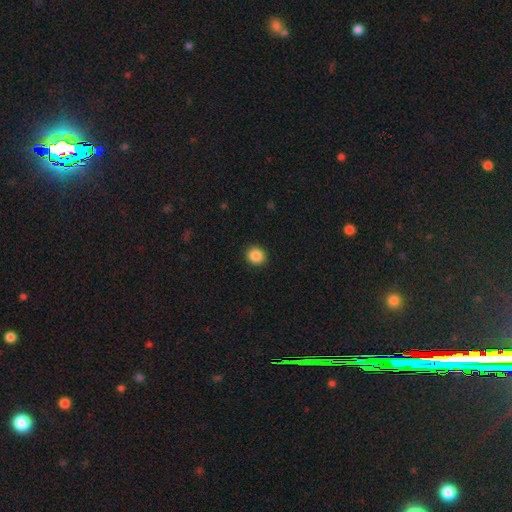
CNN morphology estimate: smooth_or_featured: smooth (p=0.87) [alt: star or artifact p=0.09]
how_rounded: round (p=0.81) [alt: in between p=0.18]
merging: none (p=0.91) [alt: minor disturbance p=0.06]